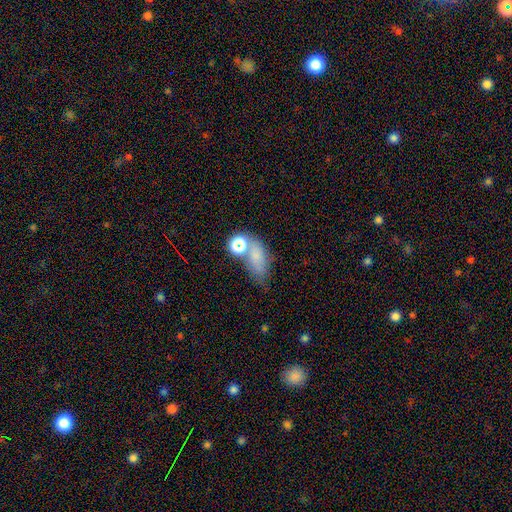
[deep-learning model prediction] Overall: smooth (66%). How rounded: in between (77%). Merging: none (39%; merger 29%).